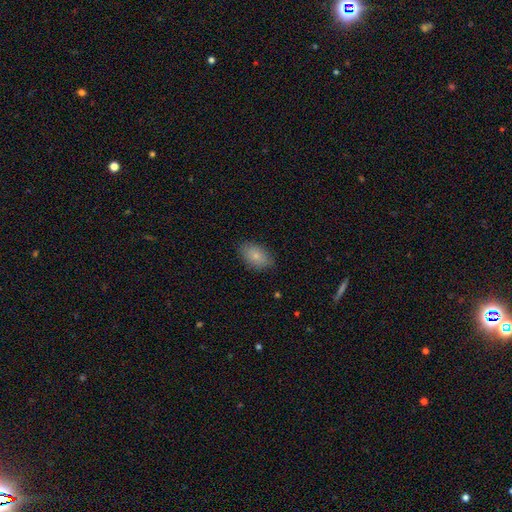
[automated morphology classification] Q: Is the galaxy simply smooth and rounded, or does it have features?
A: smooth — 82%.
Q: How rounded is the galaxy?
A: in between — 91%.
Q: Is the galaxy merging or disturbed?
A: none — 84%.